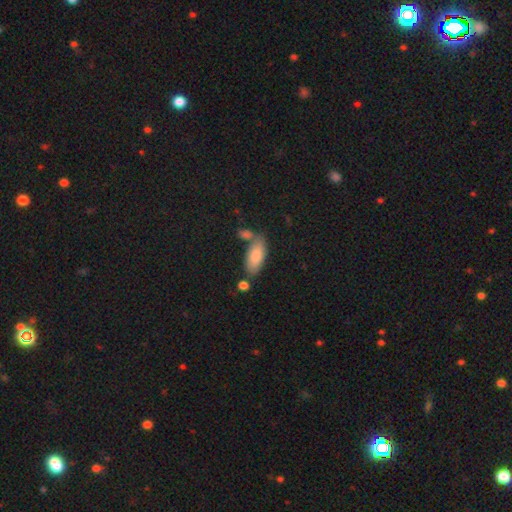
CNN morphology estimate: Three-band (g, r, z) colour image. It shows a smooth galaxy with no disk features (83%) that is in between round and cigar-shaped (84%). Merging: none (65%).